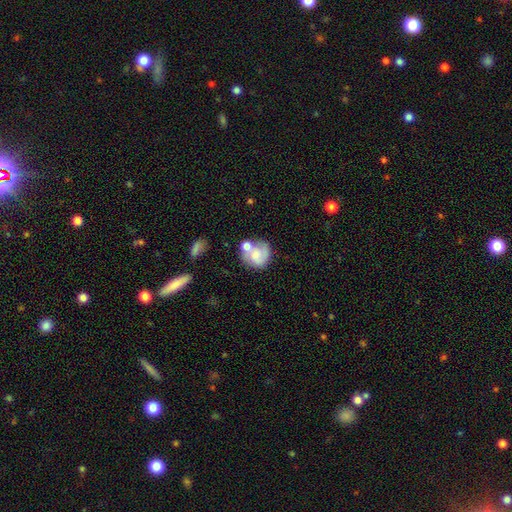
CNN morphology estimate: Q: Smooth or featured?
A: smooth (53%); runner-up: featured or disk (39%)
Q: How rounded?
A: round (71%); runner-up: in between (28%)
Q: Merging?
A: none (38%); runner-up: merger (32%)